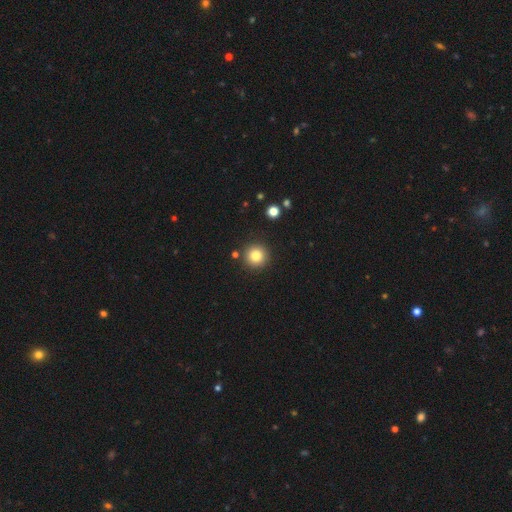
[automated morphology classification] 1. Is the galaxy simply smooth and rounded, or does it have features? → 83% smooth, 11% star or artifact, 6% featured or disk.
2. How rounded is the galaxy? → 95% round, 4% in between, 1% cigar-shaped.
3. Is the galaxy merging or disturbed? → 89% none, 6% minor disturbance, 3% merger, 2% major disturbance.